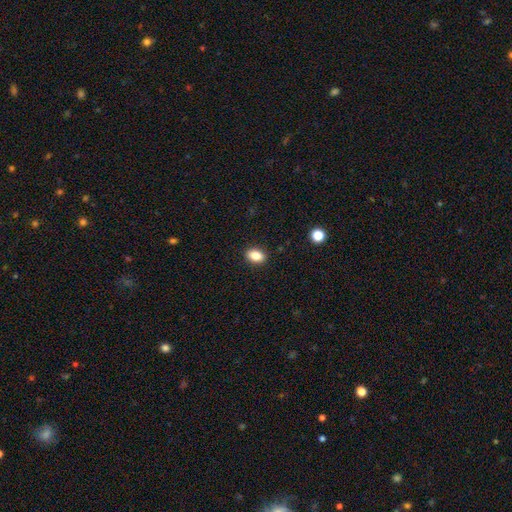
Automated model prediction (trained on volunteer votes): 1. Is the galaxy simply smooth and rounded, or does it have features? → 84% smooth, 9% star or artifact, 7% featured or disk.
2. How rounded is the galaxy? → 79% in between, 19% round, 2% cigar-shaped.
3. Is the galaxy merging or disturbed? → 90% none, 7% minor disturbance, 2% major disturbance, 1% merger.